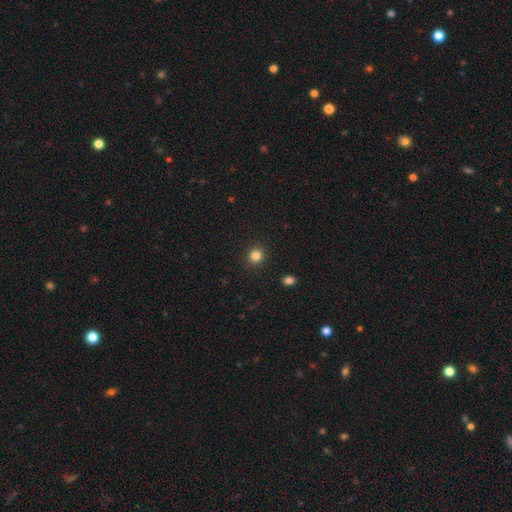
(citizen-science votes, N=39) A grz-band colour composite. It shows a smooth galaxy with no disk features (90%) that is round (100%). Merging: none (95%).